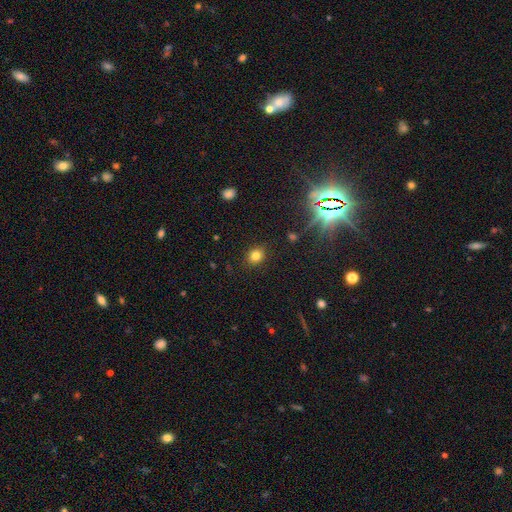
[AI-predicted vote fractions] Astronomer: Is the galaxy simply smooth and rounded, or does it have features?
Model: smooth — 78%.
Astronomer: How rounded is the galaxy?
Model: round — 74%.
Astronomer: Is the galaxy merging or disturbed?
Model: none — 88%.